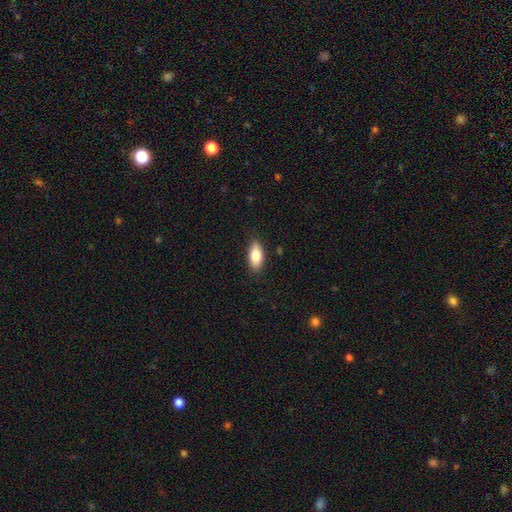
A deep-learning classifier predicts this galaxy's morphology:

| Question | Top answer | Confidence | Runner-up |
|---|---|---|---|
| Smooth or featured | smooth | 82% | featured or disk (11%) |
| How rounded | in between | 89% | cigar-shaped (9%) |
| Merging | none | 86% | minor disturbance (11%) |